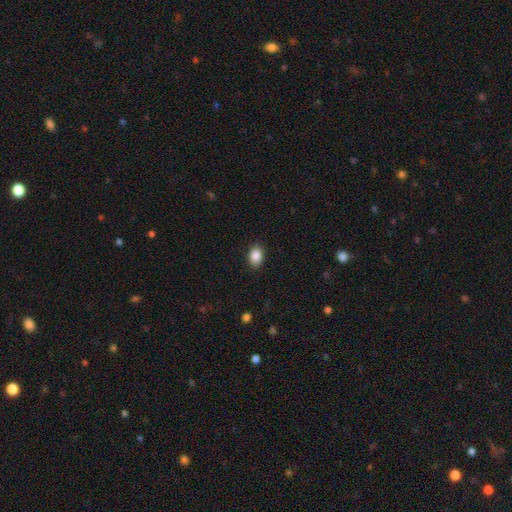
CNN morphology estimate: Smooth or featured? smooth (88%)
How rounded? in between (78%)
Merging? none (89%)